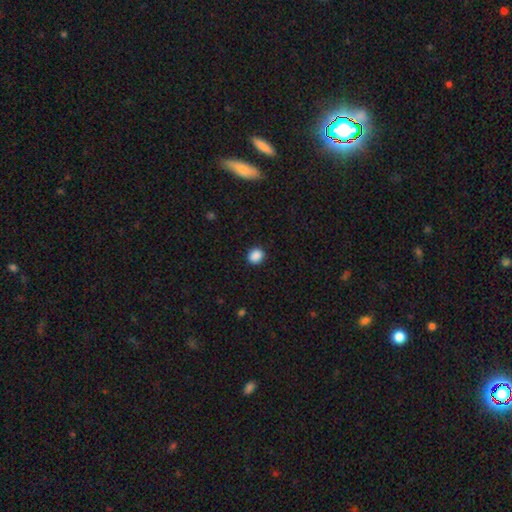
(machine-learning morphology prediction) Smooth or featured: smooth — 88% (star or artifact — 9%)
How rounded: round — 74% (in between — 25%)
Merging: none — 90% (minor disturbance — 7%)